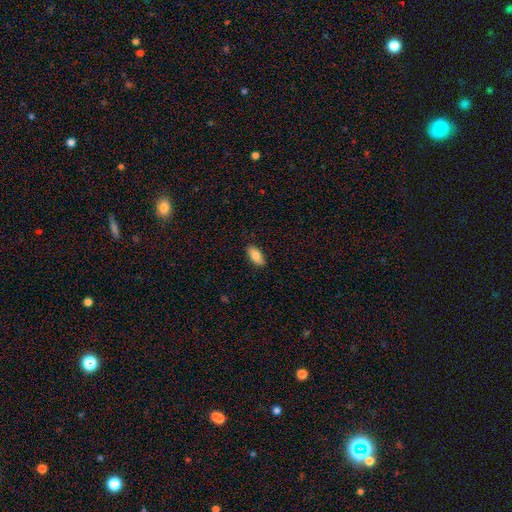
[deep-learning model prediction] The model was most divided on "smooth or featured": smooth: 81%, featured or disk: 12%, star or artifact: 6%. More confident: how rounded — in between (89%); merging — none (87%).